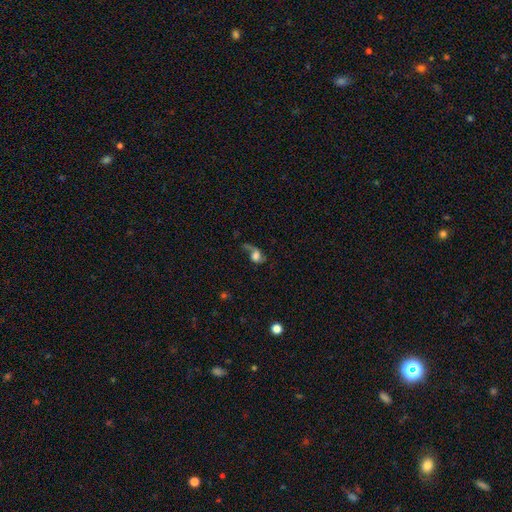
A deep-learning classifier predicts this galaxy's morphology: This appears to be a featured or disk galaxy (48%). Merging: major disturbance (40%).